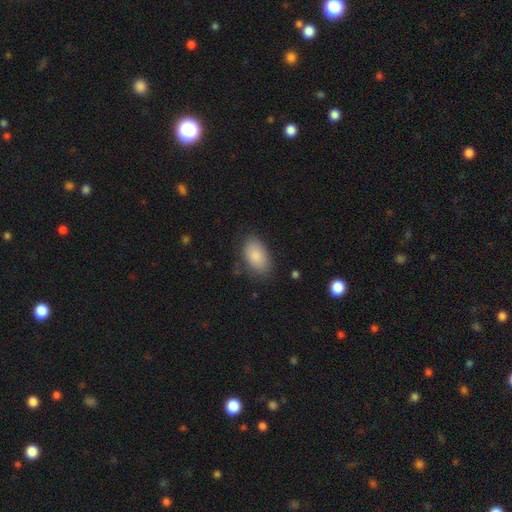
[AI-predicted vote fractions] Smooth or featured? smooth (87%)
How rounded? in between (93%)
Merging? none (79%)